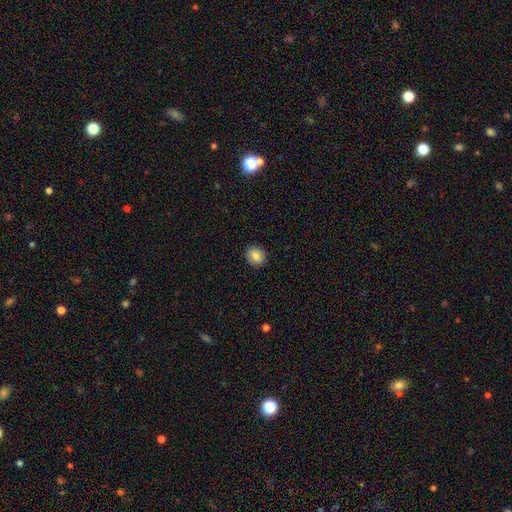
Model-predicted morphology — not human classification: smooth_or_featured: smooth (p=0.85) [alt: star or artifact p=0.09]
how_rounded: round (p=0.77) [alt: in between p=0.22]
merging: none (p=0.91) [alt: minor disturbance p=0.07]